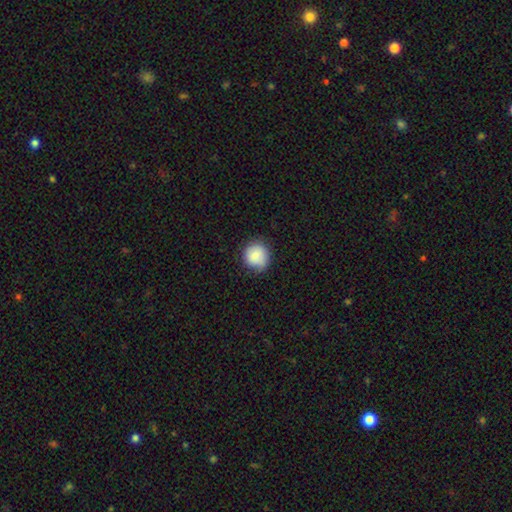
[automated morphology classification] smooth-or-featured: smooth: 81% | featured or disk: 11% | star or artifact: 8%
  how-rounded: round: 91% | in between: 8% | cigar-shaped: 1%
  merging: none: 76% | minor disturbance: 19% | major disturbance: 4% | merger: 1%